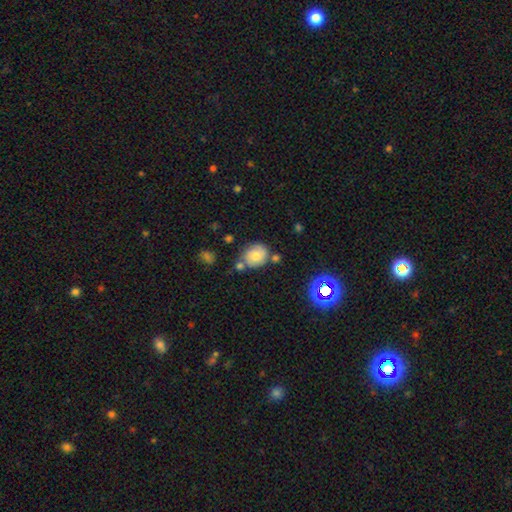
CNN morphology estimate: smooth-or-featured: smooth: 58% | featured or disk: 31% | star or artifact: 11%
  how-rounded: round: 66% | in between: 33% | cigar-shaped: 1%
  merging: none: 60% | minor disturbance: 20% | merger: 14% | major disturbance: 6%